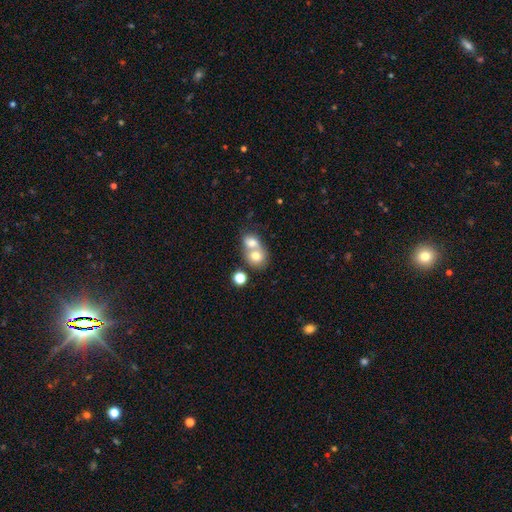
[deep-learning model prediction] Smooth or featured? smooth (70%)
How rounded? round (61%)
Merging? merger (71%)